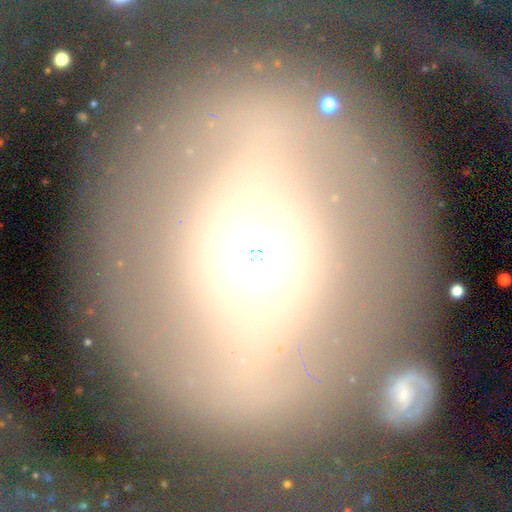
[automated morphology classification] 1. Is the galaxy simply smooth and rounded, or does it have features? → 82% featured or disk, 11% smooth, 7% star or artifact.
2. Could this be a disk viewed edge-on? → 93% no, 7% yes.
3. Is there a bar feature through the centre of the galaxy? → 45% strong, 30% no, 25% weak.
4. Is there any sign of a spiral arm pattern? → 77% yes, 23% no.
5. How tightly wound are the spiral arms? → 49% tight, 33% medium, 18% loose.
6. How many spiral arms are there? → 55% 2, 21% can't tell, 8% 3, 6% 1, 5% 4, 5% more than 4.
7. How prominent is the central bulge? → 47% moderate, 27% large, 18% small, 7% dominant, 1% none.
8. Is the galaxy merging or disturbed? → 70% none, 16% major disturbance, 12% minor disturbance, 2% merger.